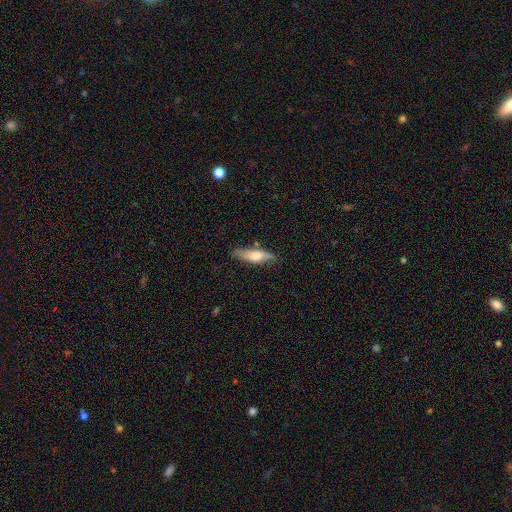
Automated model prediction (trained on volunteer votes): smooth 60%, featured or disk 34%, star or artifact 6%. Down the decision tree: how rounded — cigar-shaped (61%); merging — none (73%).